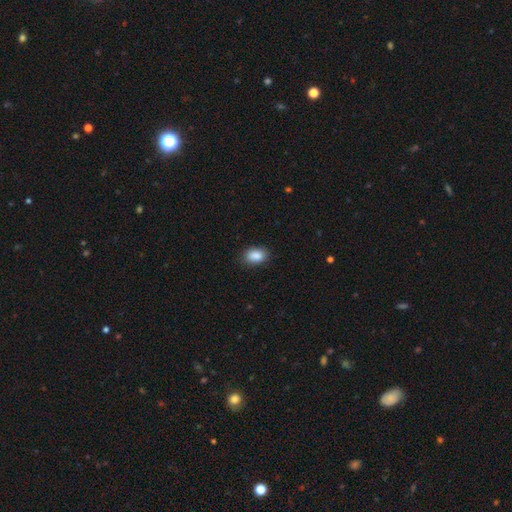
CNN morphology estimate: Smooth or featured? Predicted: smooth (p=0.89). How rounded? Predicted: in between (p=0.85). Merging? Predicted: none (p=0.85).